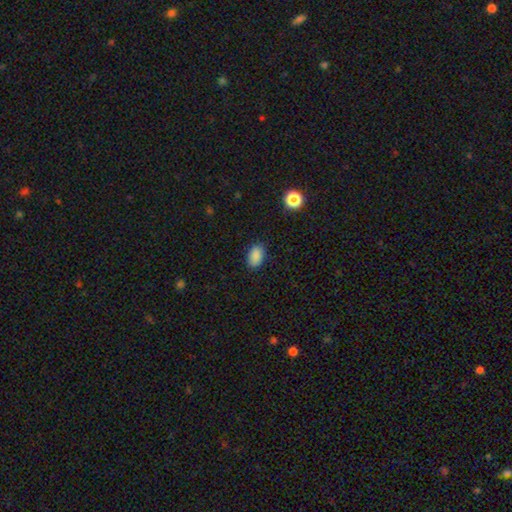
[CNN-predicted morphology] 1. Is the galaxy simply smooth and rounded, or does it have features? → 88% smooth, 9% star or artifact, 3% featured or disk.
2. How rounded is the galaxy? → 88% in between, 11% round, 1% cigar-shaped.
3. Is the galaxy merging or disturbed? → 86% none, 10% minor disturbance, 3% major disturbance, 1% merger.